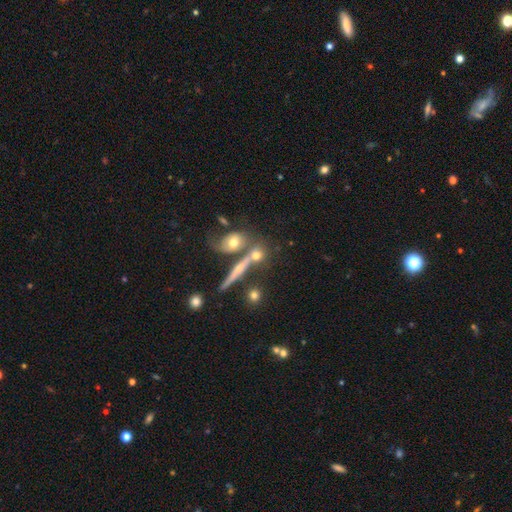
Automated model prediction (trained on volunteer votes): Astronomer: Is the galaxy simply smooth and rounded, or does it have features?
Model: smooth — 58%.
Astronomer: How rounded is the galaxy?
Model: round — 55%.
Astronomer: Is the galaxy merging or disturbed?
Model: none — 50% (runner-up: merger, 32%).